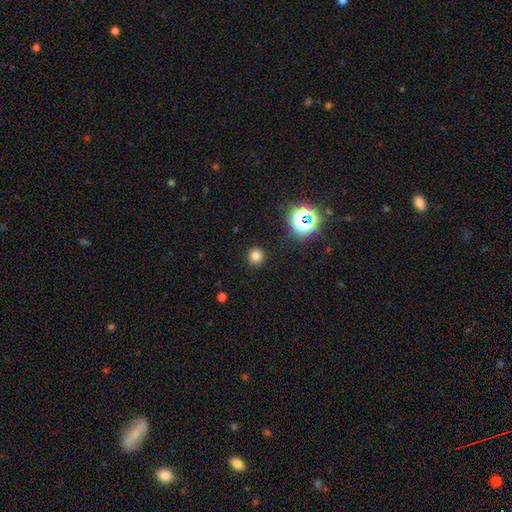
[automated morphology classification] A smooth galaxy with no disk features (76%) that is round (93%).

Vote fractions:
- Smooth or featured? smooth: 76% / star or artifact: 19% / featured or disk: 5%
- How rounded? round: 93% / in between: 6% / cigar-shaped: 1%
- Merging? none: 91% / minor disturbance: 6% / major disturbance: 2% / merger: 1%